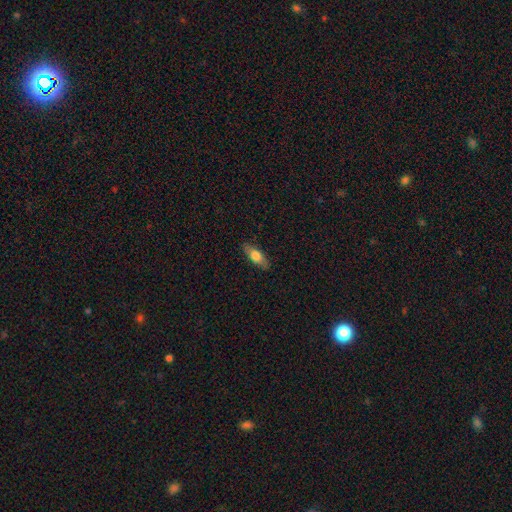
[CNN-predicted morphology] This is likely a smooth galaxy (65%). How rounded: likely in between (65%). Merging: clearly none (86%).